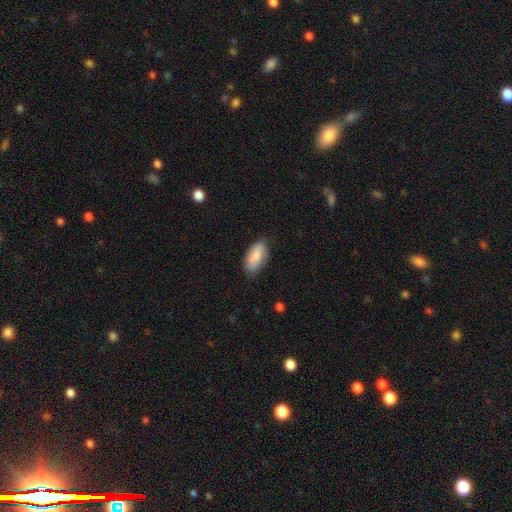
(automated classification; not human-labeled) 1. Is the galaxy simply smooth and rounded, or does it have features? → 77% smooth, 16% featured or disk, 6% star or artifact.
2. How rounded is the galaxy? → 92% in between, 5% cigar-shaped, 3% round.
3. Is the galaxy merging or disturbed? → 72% none, 22% minor disturbance, 4% major disturbance, 1% merger.